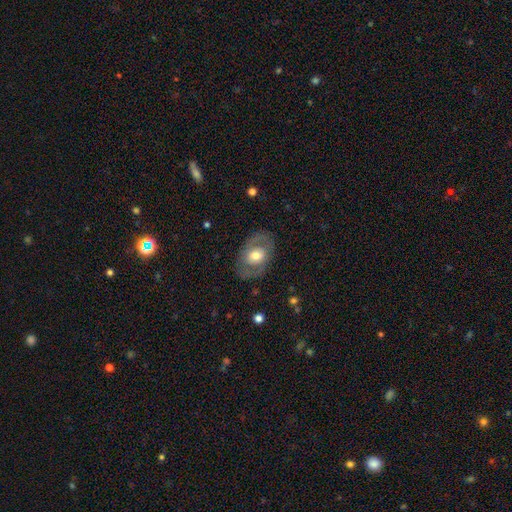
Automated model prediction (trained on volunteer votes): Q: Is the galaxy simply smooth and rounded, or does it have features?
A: featured or disk — 50%.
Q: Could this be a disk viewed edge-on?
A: no — 92%.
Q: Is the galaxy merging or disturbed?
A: none — 78%.